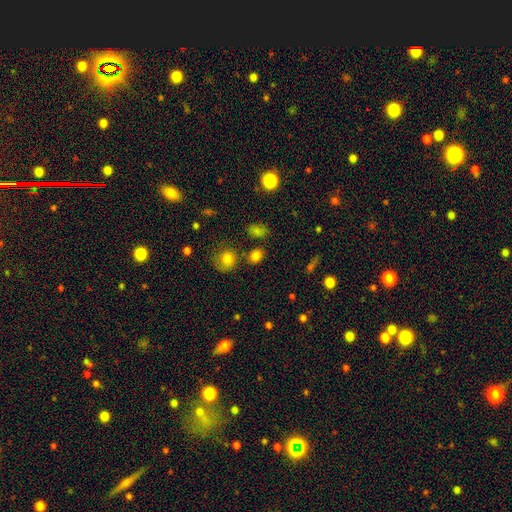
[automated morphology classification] smooth_or_featured: smooth (p=0.79) [alt: star or artifact p=0.14]
how_rounded: round (p=0.57) [alt: in between p=0.41]
merging: none (p=0.76) [alt: minor disturbance p=0.11]